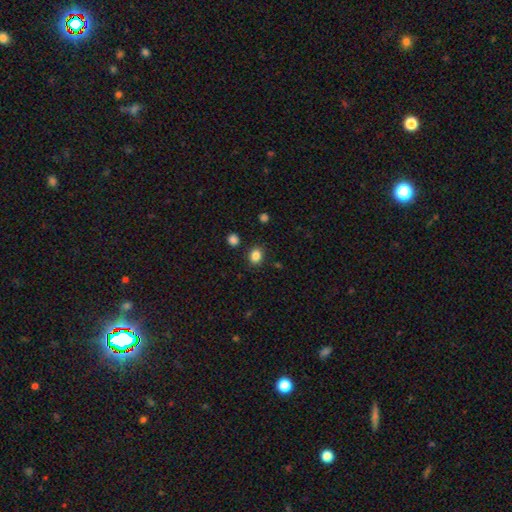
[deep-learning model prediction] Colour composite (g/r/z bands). It shows a smooth galaxy with no disk features (85%) that is round (58%). Merging: none (87%).